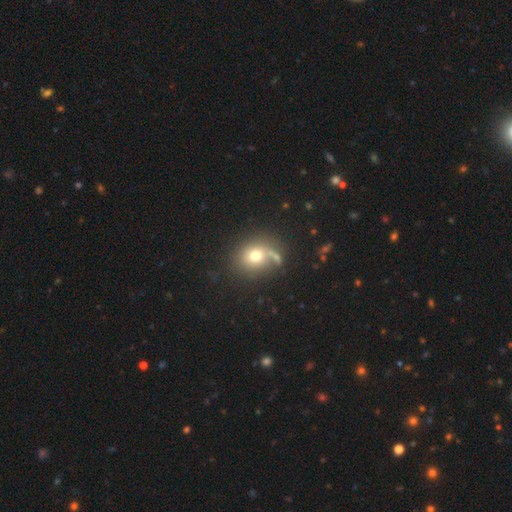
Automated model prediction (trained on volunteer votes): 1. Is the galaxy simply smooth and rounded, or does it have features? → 71% smooth, 16% featured or disk, 13% star or artifact.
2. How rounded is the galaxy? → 72% round, 27% in between, 1% cigar-shaped.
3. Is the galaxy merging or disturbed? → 59% none, 16% minor disturbance, 14% merger, 11% major disturbance.